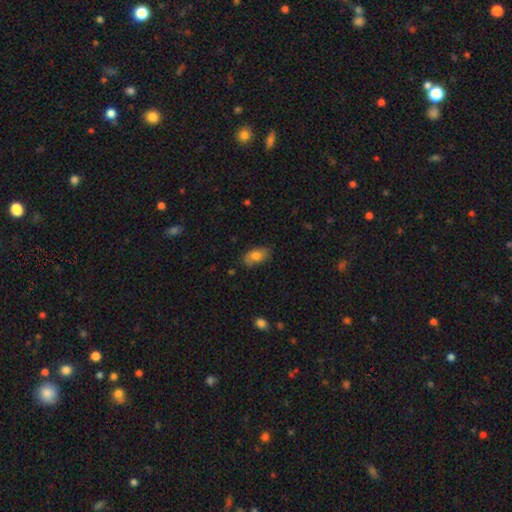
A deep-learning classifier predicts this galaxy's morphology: This is likely a smooth galaxy (78%). How rounded: clearly in between (91%). Merging: likely none (76%).